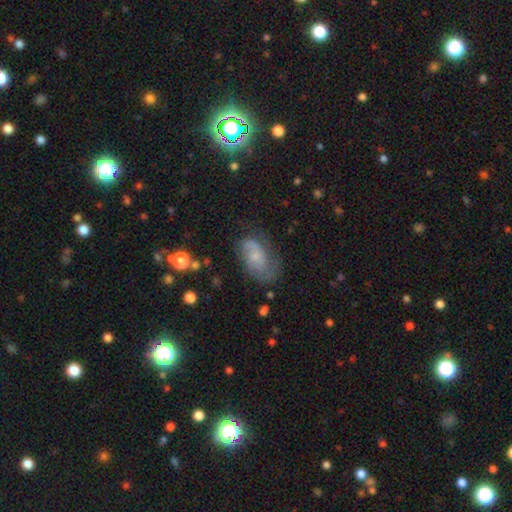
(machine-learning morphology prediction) The model was most divided on "smooth or featured": featured or disk: 57%, smooth: 33%, star or artifact: 10%. More confident: edge-on disk — no (96%); spiral arms — yes (85%); bar — no (69%); bulge size — small (57%); merging — none (57%).